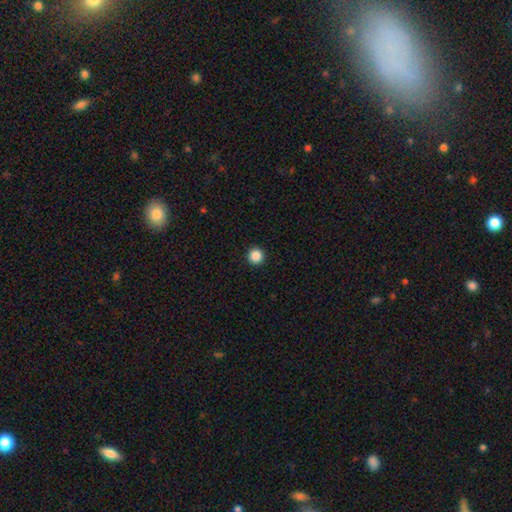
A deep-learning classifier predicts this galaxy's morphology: A smooth galaxy with no disk features (87%) that is round (96%).

Vote fractions:
- Smooth or featured? smooth: 87% / star or artifact: 10% / featured or disk: 3%
- How rounded? round: 96% / in between: 3% / cigar-shaped: 1%
- Merging? none: 94% / minor disturbance: 4% / major disturbance: 1% / merger: 1%